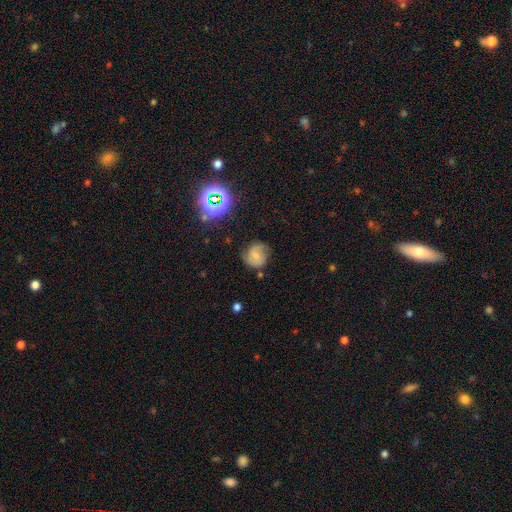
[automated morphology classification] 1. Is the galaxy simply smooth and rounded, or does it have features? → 52% featured or disk, 35% smooth, 12% star or artifact.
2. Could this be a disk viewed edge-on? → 97% no, 3% yes.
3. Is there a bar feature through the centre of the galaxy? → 48% no, 41% weak, 11% strong.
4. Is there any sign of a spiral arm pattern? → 87% yes, 13% no.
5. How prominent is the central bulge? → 53% small, 26% moderate, 17% none, 2% large, 1% dominant.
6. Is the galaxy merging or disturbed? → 68% none, 21% minor disturbance, 9% major disturbance, 2% merger.